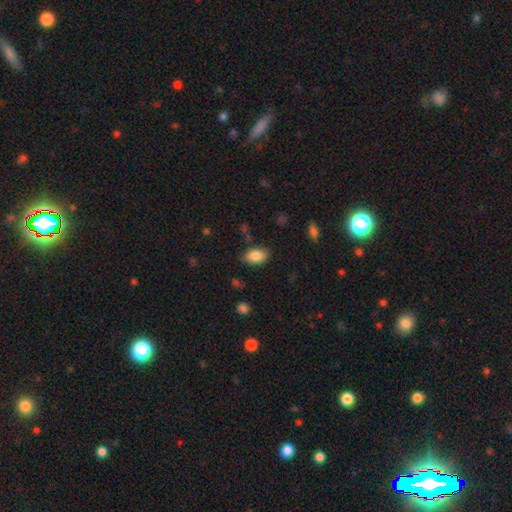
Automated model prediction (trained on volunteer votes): This appears to be a smooth galaxy with no disk features (87%) that is in between round and cigar-shaped (92%). Merging: none (81%).